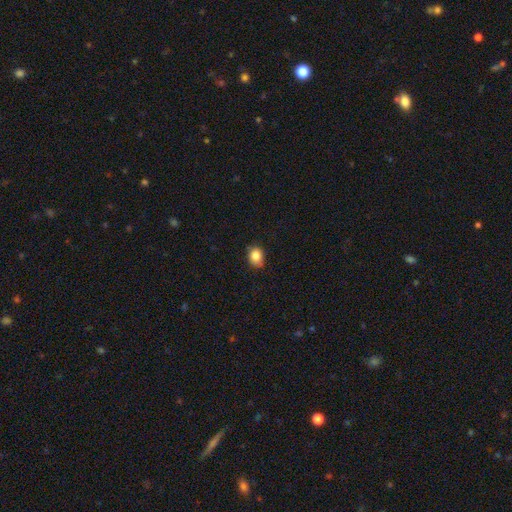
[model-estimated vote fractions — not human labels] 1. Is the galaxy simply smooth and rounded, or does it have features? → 84% smooth, 10% star or artifact, 7% featured or disk.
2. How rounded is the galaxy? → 52% in between, 47% round, 1% cigar-shaped.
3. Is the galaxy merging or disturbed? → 79% none, 17% minor disturbance, 3% major disturbance, 1% merger.